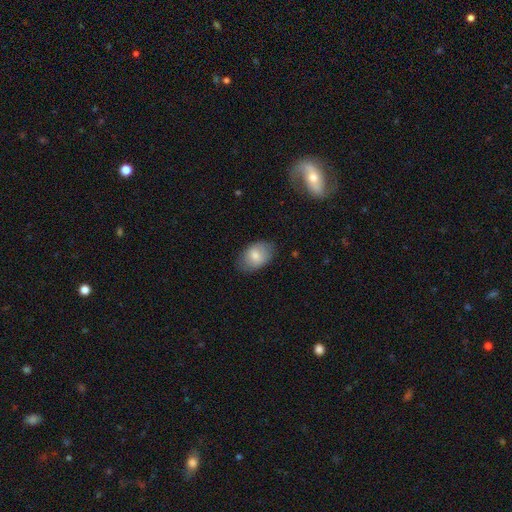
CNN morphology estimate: Overall: smooth (76%). How rounded: in between (85%). Merging: none (77%).